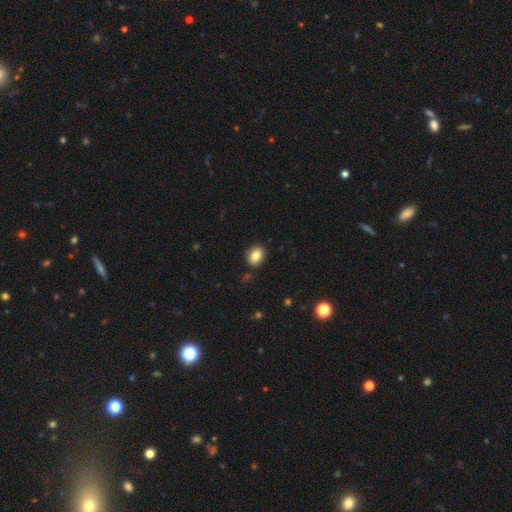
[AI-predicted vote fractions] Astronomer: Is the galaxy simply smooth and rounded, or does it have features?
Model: smooth — 83%.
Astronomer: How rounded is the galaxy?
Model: in between — 54% (runner-up: round, 45%).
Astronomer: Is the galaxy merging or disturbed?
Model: none — 88%.